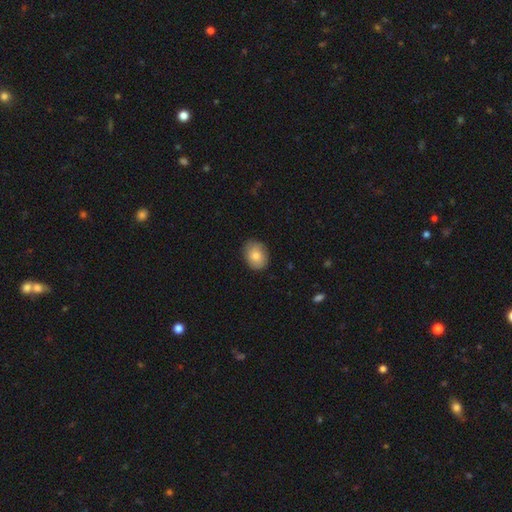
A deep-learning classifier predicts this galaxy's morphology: smooth_or_featured: smooth (p=0.81) [alt: featured or disk p=0.12]
how_rounded: in between (p=0.59) [alt: round p=0.40]
merging: none (p=0.82) [alt: minor disturbance p=0.14]